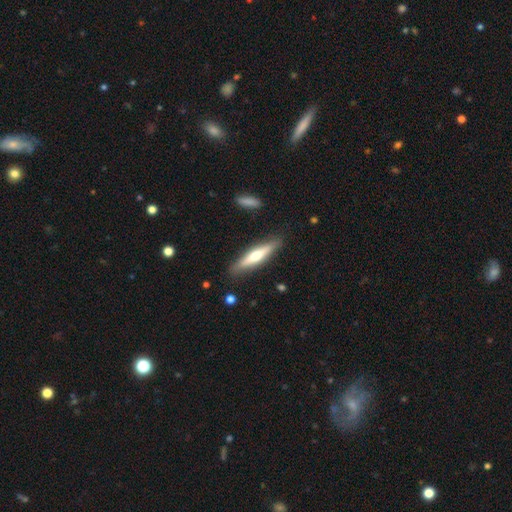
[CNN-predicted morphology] smooth_or_featured: featured or disk (p=0.49) [alt: smooth p=0.46]
merging: none (p=0.86) [alt: minor disturbance p=0.10]